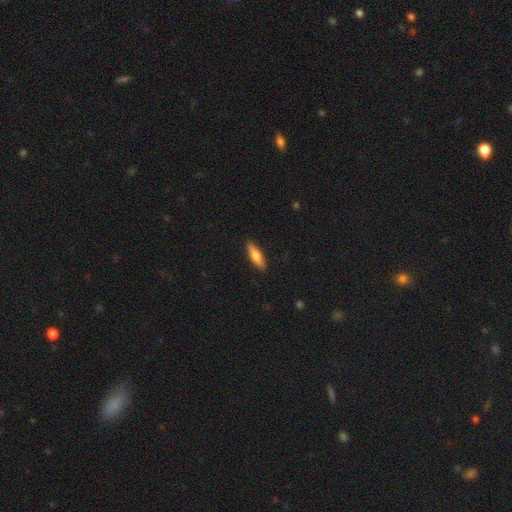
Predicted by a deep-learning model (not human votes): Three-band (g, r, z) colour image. It shows a smooth galaxy with no disk features (62%) that is cigar-shaped (70%). Merging: none (90%).